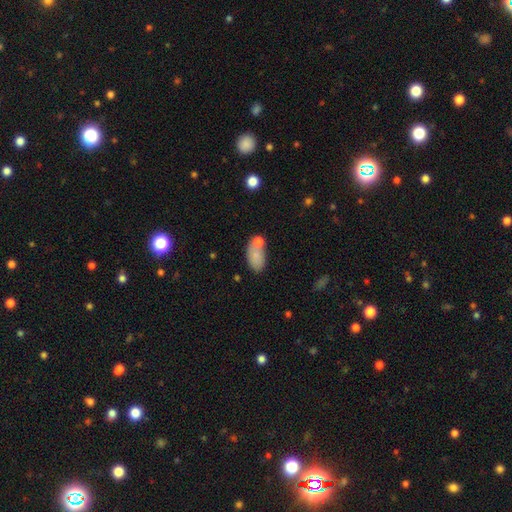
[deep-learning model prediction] Smooth or featured?
  - smooth: 76% *
  - featured or disk: 16%
  - star or artifact: 8%
How rounded?
  - in between: 91% *
  - round: 6%
  - cigar-shaped: 3%
Merging?
  - none: 53% *
  - merger: 23%
  - minor disturbance: 18%
  - major disturbance: 6%